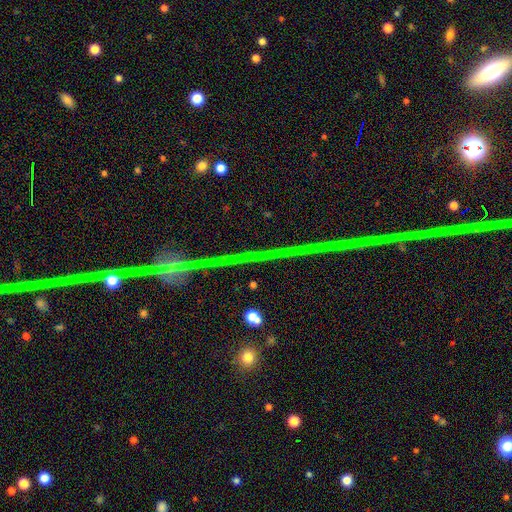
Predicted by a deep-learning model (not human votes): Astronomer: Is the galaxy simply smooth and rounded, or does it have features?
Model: star or artifact — 75%.